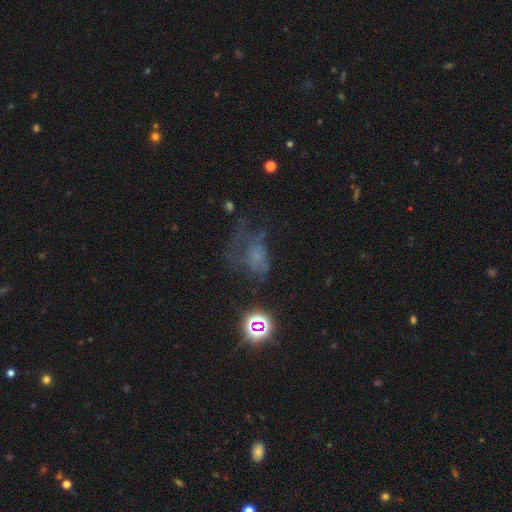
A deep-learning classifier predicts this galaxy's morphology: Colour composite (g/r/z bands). It shows a smooth galaxy with no disk features (40%). Merging: major disturbance (41%).